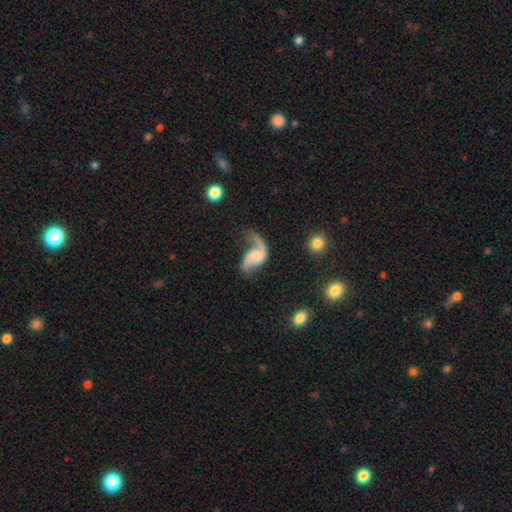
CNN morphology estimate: This is likely a featured or disk galaxy (80%). It is clearly not viewed edge-on (98%). Bar: possibly no (55%). Spiral arm pattern: clearly yes (94%). Spiral arm count: likely 2 (67%). Spiral winding: likely loose (77%). Central bulge: possibly none (47%). Merging: marginally none (38%).